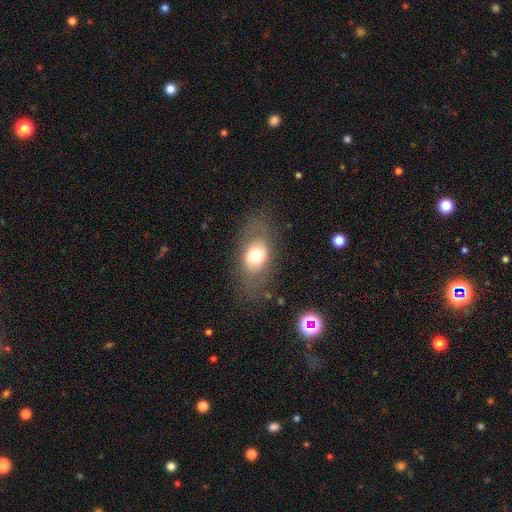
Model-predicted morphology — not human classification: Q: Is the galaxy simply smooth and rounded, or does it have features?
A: smooth — 66%.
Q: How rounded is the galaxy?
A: in between — 78%.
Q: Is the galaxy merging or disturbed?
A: none — 74%.